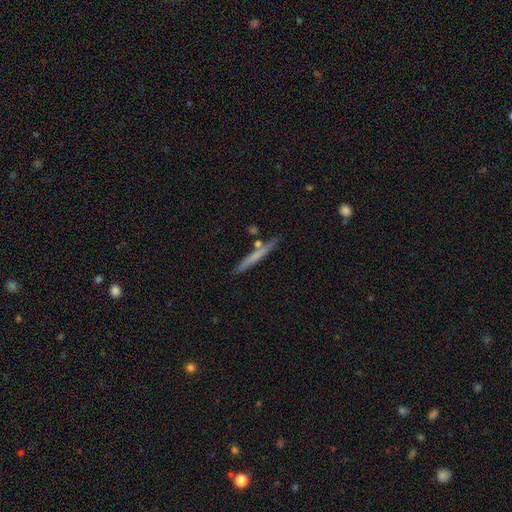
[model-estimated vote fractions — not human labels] Smooth or featured? smooth (55%)
How rounded? cigar-shaped (96%)
Merging? none (83%)